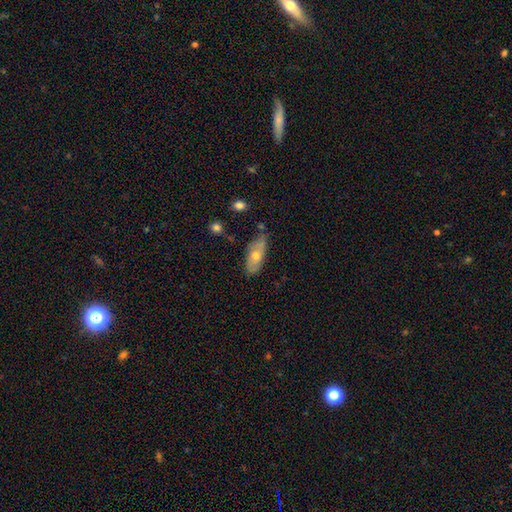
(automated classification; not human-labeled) smooth-or-featured: smooth: 53% | featured or disk: 39% | star or artifact: 8%
  how-rounded: in between: 73% | cigar-shaped: 24% | round: 3%
  merging: none: 70% | minor disturbance: 23% | major disturbance: 4% | merger: 3%